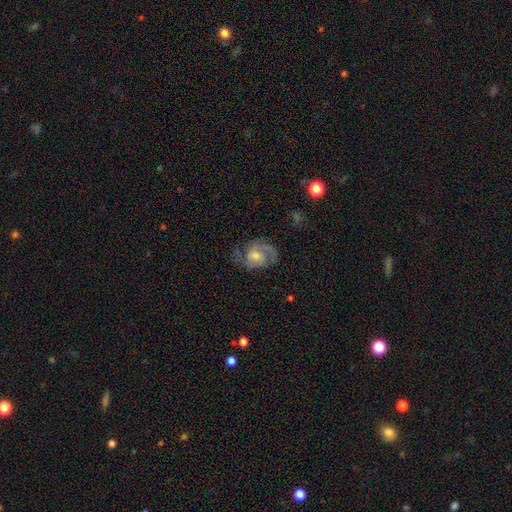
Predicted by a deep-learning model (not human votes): smooth_or_featured: featured or disk (p=0.66) [alt: smooth p=0.27]
disk_edge_on: no (p=0.97) [alt: yes p=0.03]
bar: no (p=0.62) [alt: weak p=0.33]
has_spiral_arms: yes (p=0.84) [alt: no p=0.16]
spiral_winding: medium (p=0.45) [alt: tight p=0.32]
spiral_arm_count: 2 (p=0.48) [alt: 1 p=0.22]
bulge_size: moderate (p=0.45) [alt: small p=0.34]
merging: none (p=0.52) [alt: major disturbance p=0.23]